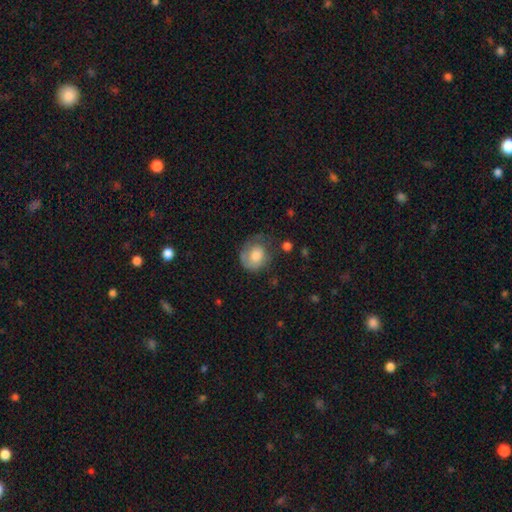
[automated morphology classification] This is likely a smooth galaxy (60%). How rounded: likely round (65%). Merging: possibly none (48%).